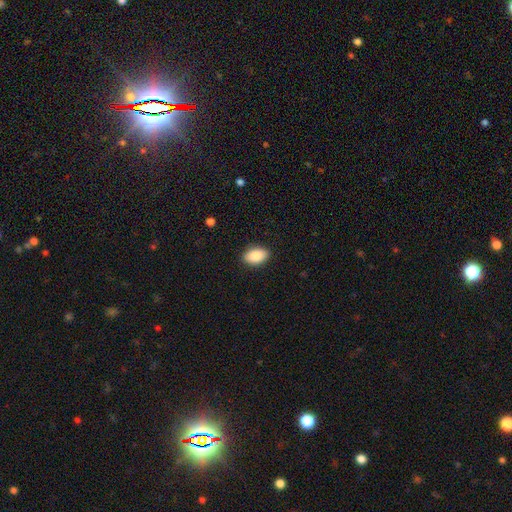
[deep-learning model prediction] Overall: smooth (87%). How rounded: in between (91%). Merging: none (89%).